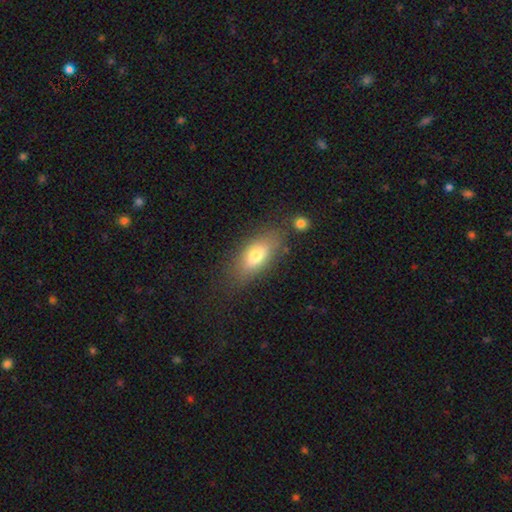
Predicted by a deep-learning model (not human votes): Overall: smooth (72%). How rounded: in between (82%). Merging: none (72%).